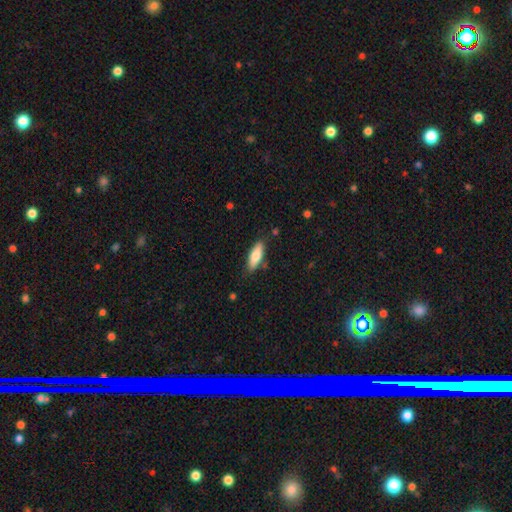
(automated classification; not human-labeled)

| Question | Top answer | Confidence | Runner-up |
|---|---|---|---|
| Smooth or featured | smooth | 78% | featured or disk (16%) |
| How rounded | in between | 61% | cigar-shaped (37%) |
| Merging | none | 83% | minor disturbance (13%) |